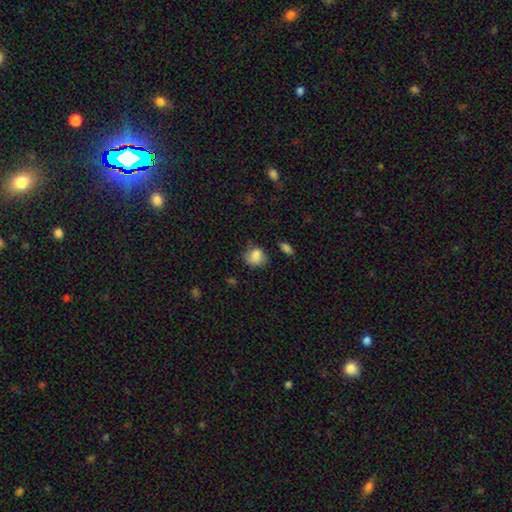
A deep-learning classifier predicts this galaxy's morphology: Q: Smooth or featured?
A: smooth (84%); runner-up: star or artifact (9%)
Q: How rounded?
A: round (70%); runner-up: in between (29%)
Q: Merging?
A: none (65%); runner-up: minor disturbance (25%)